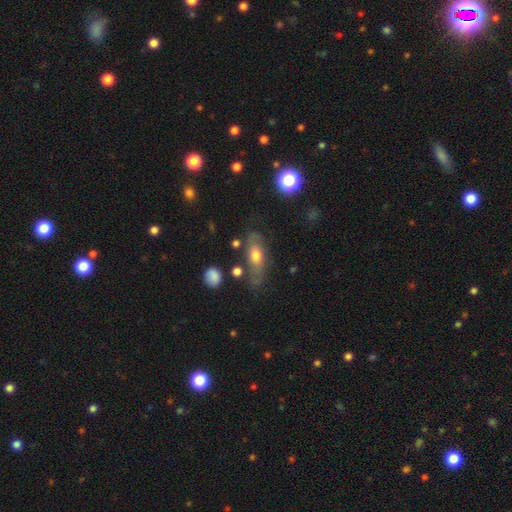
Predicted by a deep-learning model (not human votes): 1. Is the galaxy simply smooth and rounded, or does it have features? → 54% smooth, 38% featured or disk, 8% star or artifact.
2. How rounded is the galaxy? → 73% in between, 21% cigar-shaped, 6% round.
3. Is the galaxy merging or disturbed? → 61% none, 23% minor disturbance, 11% major disturbance, 5% merger.